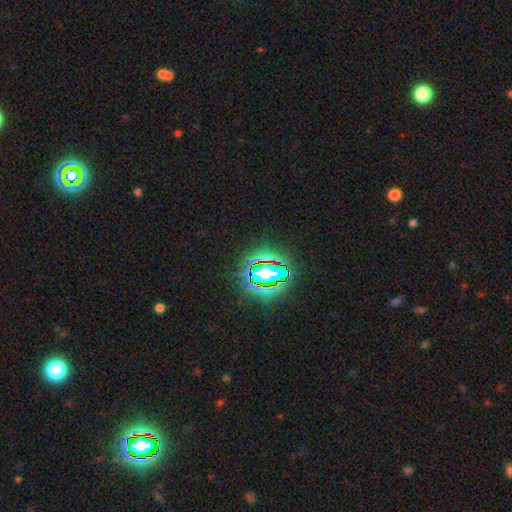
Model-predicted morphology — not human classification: A star or artifact, not a galaxy (82%).